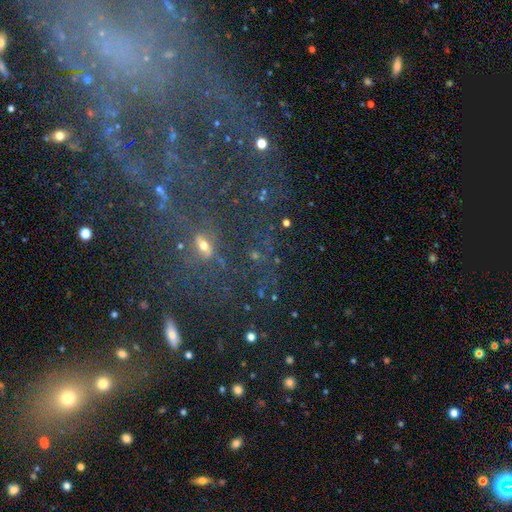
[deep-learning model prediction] Q: Smooth or featured?
A: star or artifact (50%); runner-up: smooth (31%)